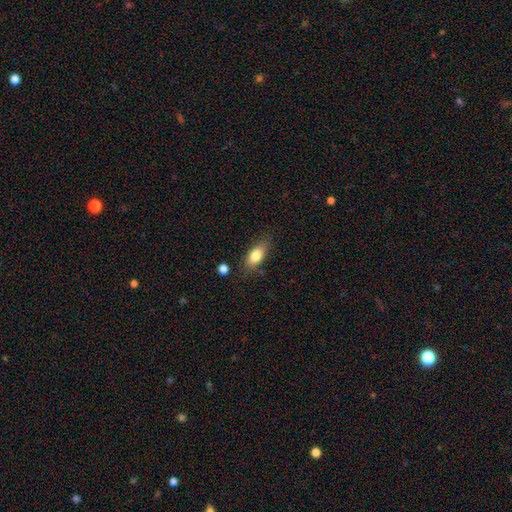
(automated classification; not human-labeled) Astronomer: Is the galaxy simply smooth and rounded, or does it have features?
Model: smooth — 79%.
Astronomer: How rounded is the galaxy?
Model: in between — 82%.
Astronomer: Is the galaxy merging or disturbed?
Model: none — 78%.